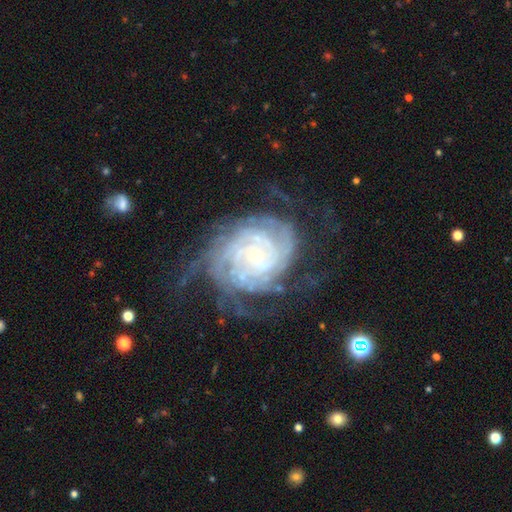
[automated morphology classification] A featured or disk galaxy (88%) with no bar (74%), tight (74%) spiral arms (97%) and a small central bulge (85%).

Vote fractions:
- Smooth or featured? featured or disk: 88% / star or artifact: 7% / smooth: 6%
- Edge-on disk? no: 98% / yes: 2%
- Bar? no: 74% / weak: 20% / strong: 6%
- Spiral arms? yes: 97% / no: 3%
- Spiral winding? tight: 74% / medium: 21% / loose: 5%
- Spiral arm count? can't tell: 27% / 4: 21% / more than 4: 15% / 2: 14% / 3: 14% / 1: 8%
- Bulge size? small: 85% / moderate: 8% / none: 4% / large: 2% / dominant: 1%
- Merging? none: 61% / minor disturbance: 19% / major disturbance: 18% / merger: 2%